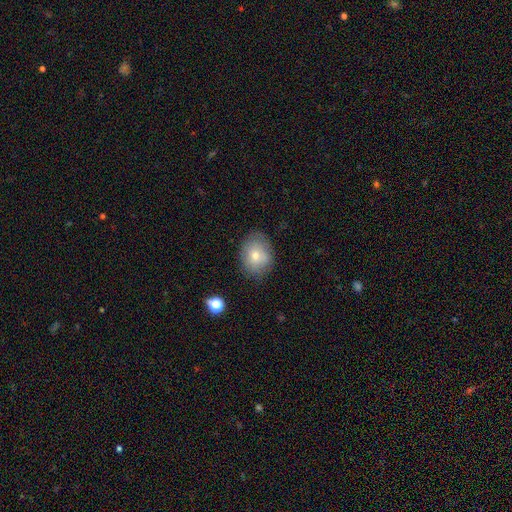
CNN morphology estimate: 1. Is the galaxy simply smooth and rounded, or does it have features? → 74% smooth, 17% featured or disk, 9% star or artifact.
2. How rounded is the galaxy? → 53% in between, 46% round, 1% cigar-shaped.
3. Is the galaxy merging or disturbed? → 73% none, 20% minor disturbance, 5% major disturbance, 2% merger.